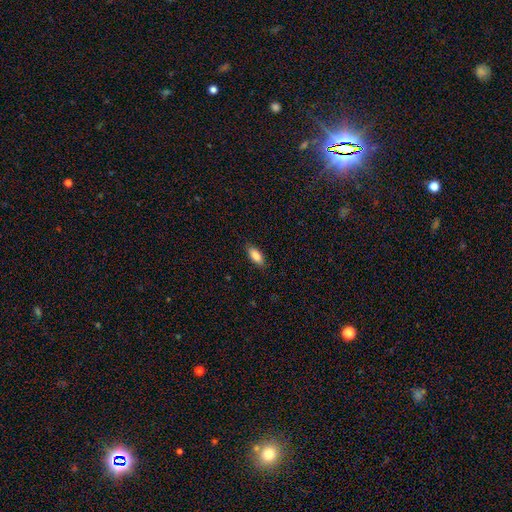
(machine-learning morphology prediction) type=smooth (85%); roundness=in between (80%); merging=none (86%).